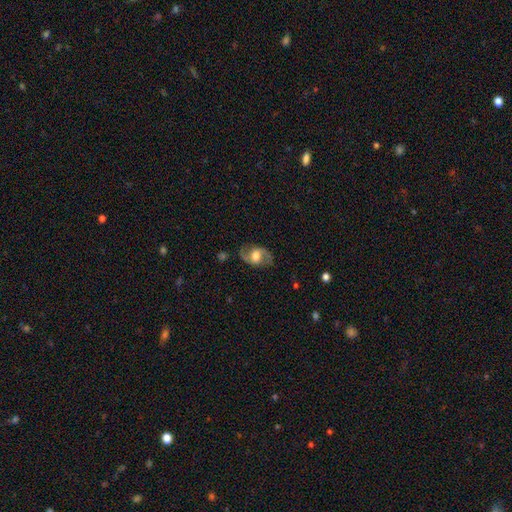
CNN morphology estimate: A featured or disk galaxy (68%) with no bar (45%), 2 (90%) medium (45%) spiral arms (83%) and a moderate central bulge (45%).

Vote fractions:
- Smooth or featured? featured or disk: 68% / smooth: 25% / star or artifact: 7%
- Edge-on disk? no: 94% / yes: 6%
- Bar? no: 45% / weak: 41% / strong: 14%
- Spiral arms? yes: 83% / no: 17%
- Spiral winding? medium: 45% / loose: 42% / tight: 13%
- Spiral arm count? 2: 90% / can't tell: 5% / 1: 2% / 3: 1% / 4: 1% / more than 4: 1%
- Bulge size? moderate: 45% / large: 41% / small: 8% / dominant: 4% / none: 3%
- Merging? none: 77% / minor disturbance: 15% / major disturbance: 7% / merger: 1%